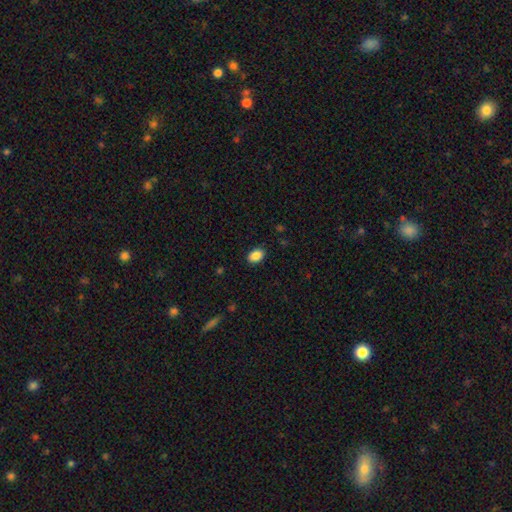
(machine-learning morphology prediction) smooth_or_featured: smooth (p=0.88) [alt: star or artifact p=0.08]
how_rounded: in between (p=0.81) [alt: round p=0.18]
merging: none (p=0.88) [alt: minor disturbance p=0.09]